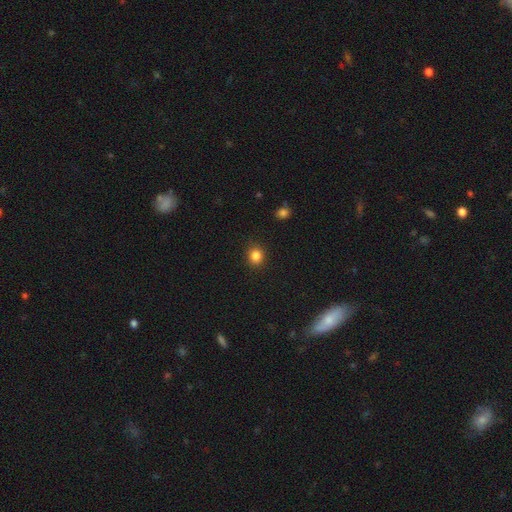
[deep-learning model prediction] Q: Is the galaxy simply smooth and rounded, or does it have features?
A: smooth — 85%.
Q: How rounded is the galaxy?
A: round — 76%.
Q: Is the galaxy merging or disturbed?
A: none — 88%.